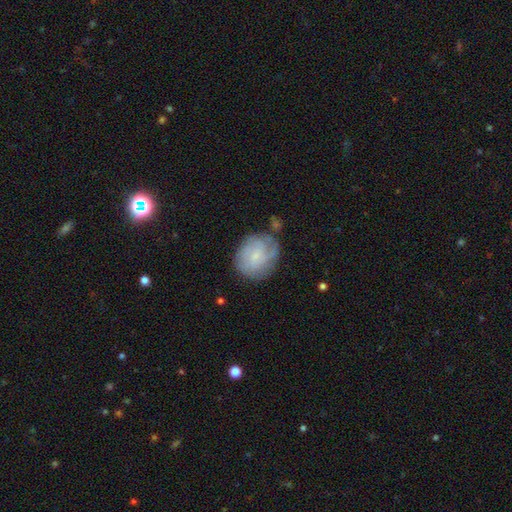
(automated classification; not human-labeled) Smooth or featured? Predicted: featured or disk (p=0.47). Merging? Predicted: none (p=0.60).